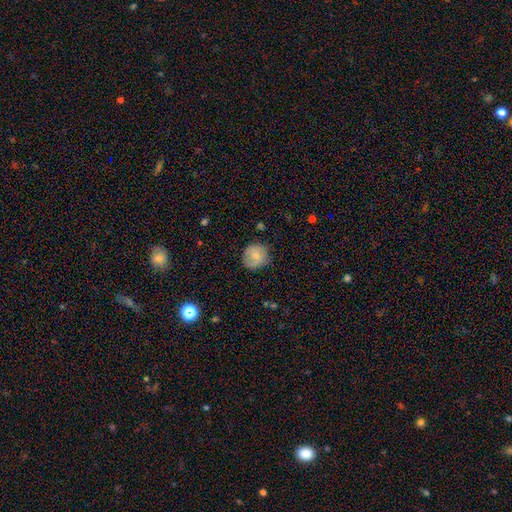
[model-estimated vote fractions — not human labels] Overall: smooth (63%; featured or disk 30%). How rounded: round (87%). Merging: none (78%).